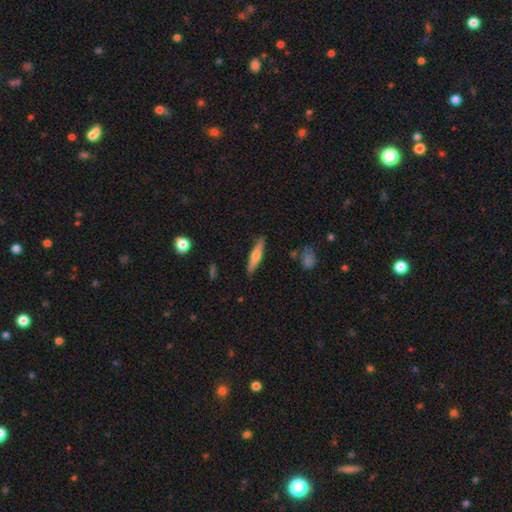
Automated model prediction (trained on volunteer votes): smooth_or_featured: smooth (p=0.57) [alt: featured or disk p=0.37]
how_rounded: cigar-shaped (p=0.85) [alt: in between p=0.13]
merging: none (p=0.88) [alt: minor disturbance p=0.09]